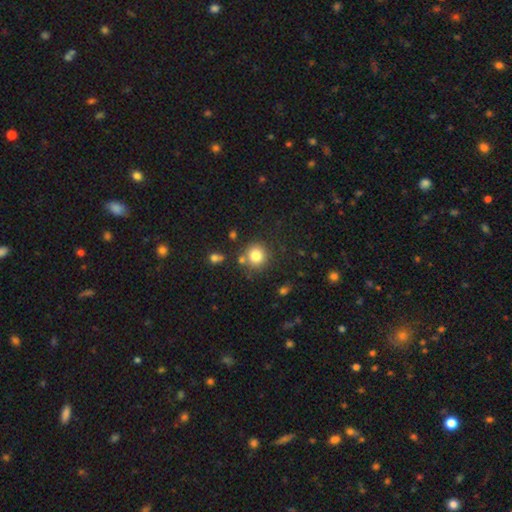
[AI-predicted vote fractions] This is clearly a smooth galaxy (82%). How rounded: clearly round (92%). Merging: likely none (79%).